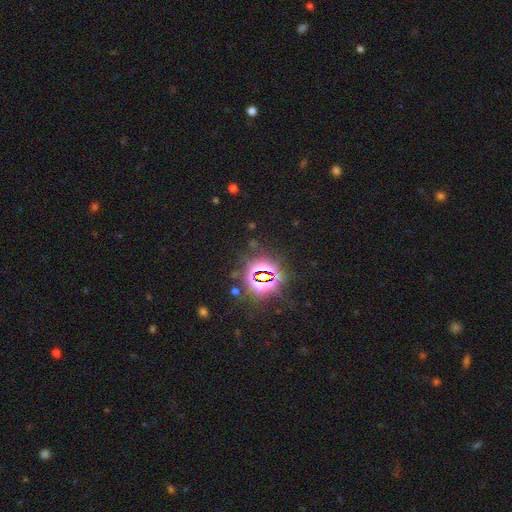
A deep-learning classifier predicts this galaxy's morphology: Overall: star or artifact (83%).